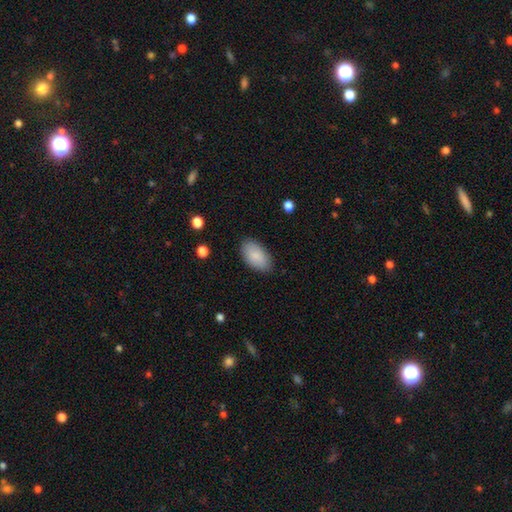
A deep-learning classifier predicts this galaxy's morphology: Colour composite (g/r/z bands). It shows a smooth galaxy with no disk features (88%) that is in between round and cigar-shaped (95%). Merging: none (85%).